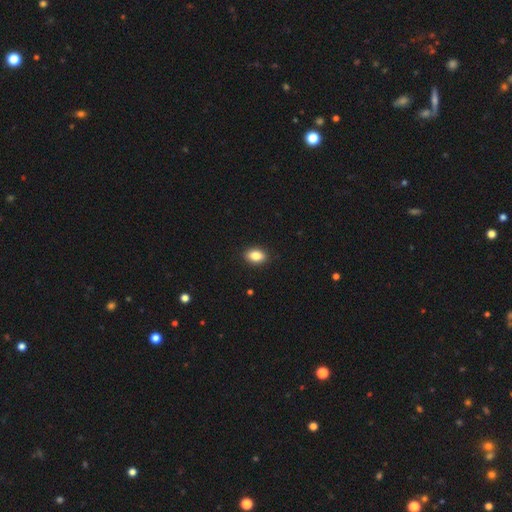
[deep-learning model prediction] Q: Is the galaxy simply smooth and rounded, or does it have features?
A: smooth — 86%.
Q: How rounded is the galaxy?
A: in between — 83%.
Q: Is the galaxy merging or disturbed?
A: none — 91%.